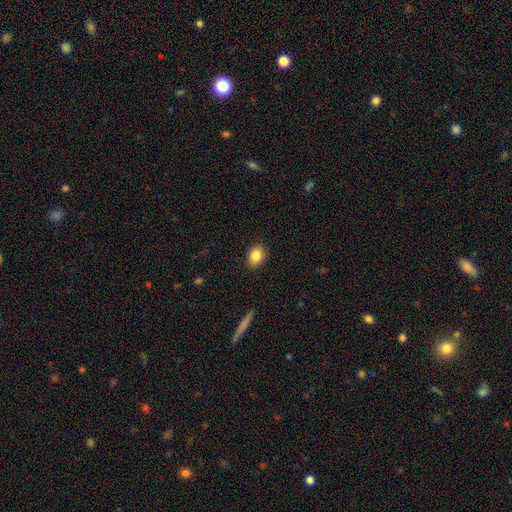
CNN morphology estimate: This appears to be a smooth galaxy with no disk features (84%) that is in between round and cigar-shaped (71%). Merging: none (88%).